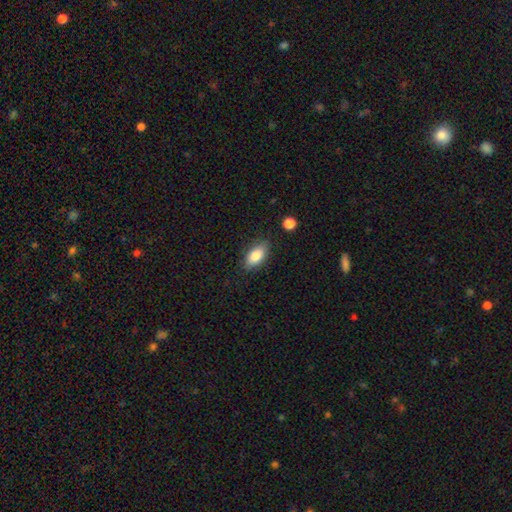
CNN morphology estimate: This appears to be a smooth galaxy with no disk features (83%) that is in between round and cigar-shaped (89%). Merging: none (81%).